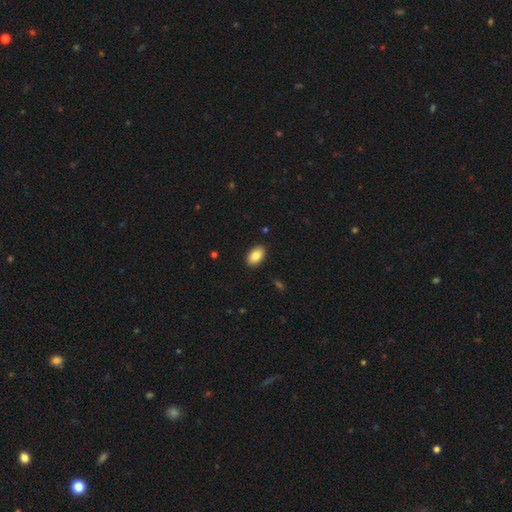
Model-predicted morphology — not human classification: Overall: smooth (87%). How rounded: in between (93%). Merging: none (89%).